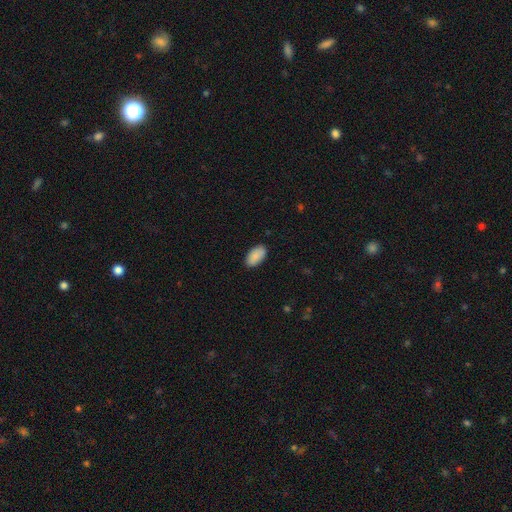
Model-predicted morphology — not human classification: Overall: smooth (90%). How rounded: in between (95%). Merging: none (88%).